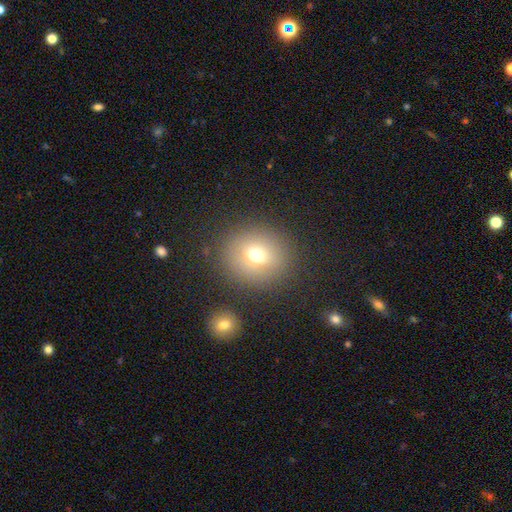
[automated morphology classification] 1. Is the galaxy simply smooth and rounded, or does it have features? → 70% smooth, 16% star or artifact, 14% featured or disk.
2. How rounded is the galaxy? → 85% round, 14% in between, 1% cigar-shaped.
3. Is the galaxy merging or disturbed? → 84% none, 8% minor disturbance, 4% major disturbance, 3% merger.